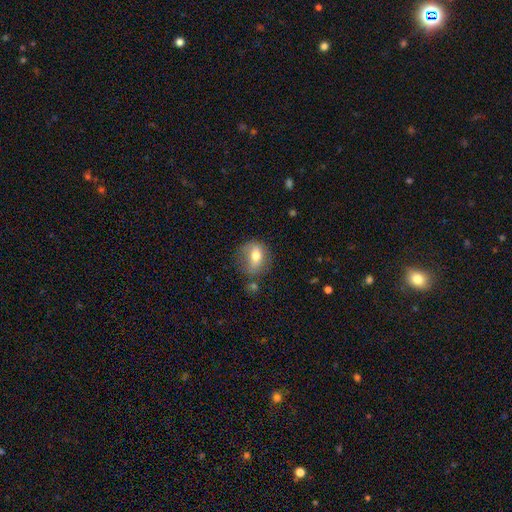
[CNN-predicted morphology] Smooth or featured: smooth — 65% (featured or disk — 27%)
How rounded: in between — 52% (round — 45%)
Merging: none — 55% (minor disturbance — 26%)